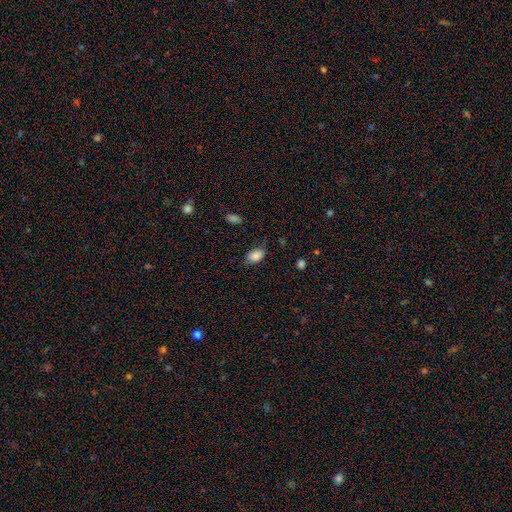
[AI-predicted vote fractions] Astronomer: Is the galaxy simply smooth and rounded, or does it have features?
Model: smooth — 86%.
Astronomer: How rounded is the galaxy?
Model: in between — 86%.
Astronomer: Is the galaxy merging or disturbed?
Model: none — 68%.